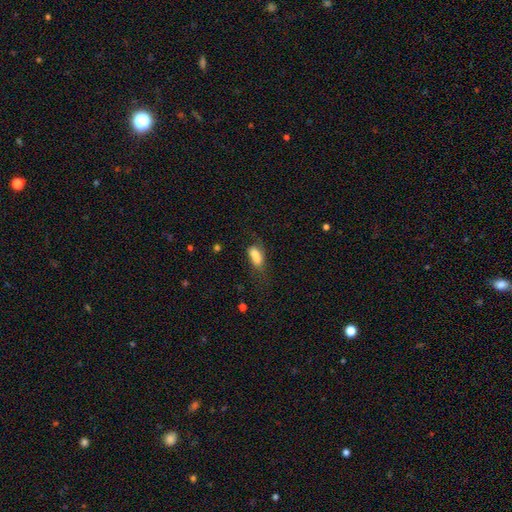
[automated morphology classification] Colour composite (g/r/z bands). It shows a smooth galaxy with no disk features (71%) that is in between round and cigar-shaped (79%). Merging: none (32%).